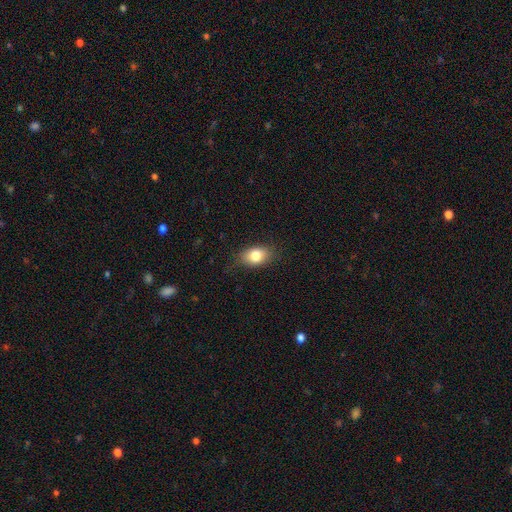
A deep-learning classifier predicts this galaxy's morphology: smooth_or_featured: smooth (p=0.81) [alt: featured or disk p=0.11]
how_rounded: in between (p=0.81) [alt: round p=0.17]
merging: none (p=0.81) [alt: minor disturbance p=0.14]